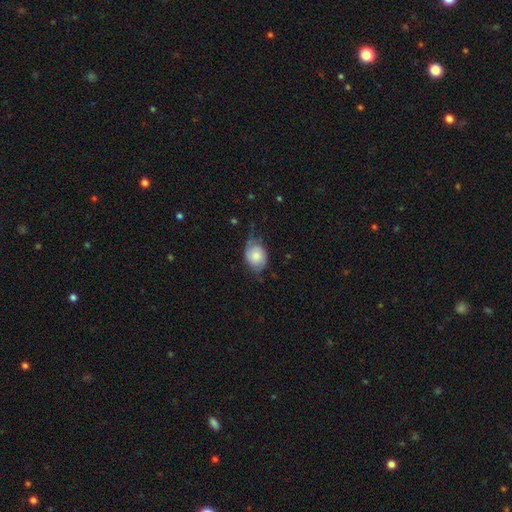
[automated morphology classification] smooth-or-featured: smooth: 58% | featured or disk: 35% | star or artifact: 7%
  how-rounded: in between: 64% | round: 35% | cigar-shaped: 1%
  merging: none: 49% | minor disturbance: 36% | major disturbance: 14% | merger: 2%